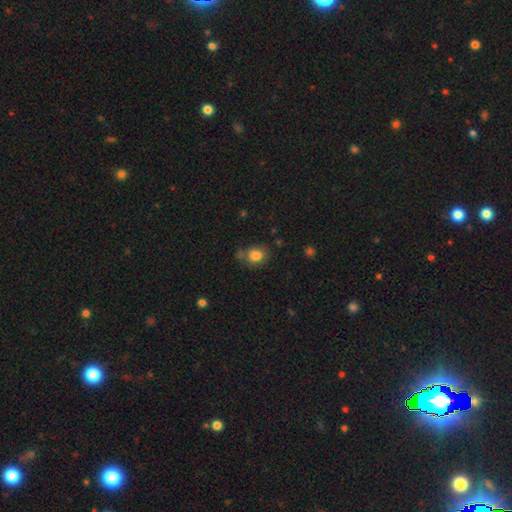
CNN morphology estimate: Q: Smooth or featured?
A: smooth (83%); runner-up: star or artifact (10%)
Q: How rounded?
A: round (60%); runner-up: in between (39%)
Q: Merging?
A: none (61%); runner-up: minor disturbance (21%)